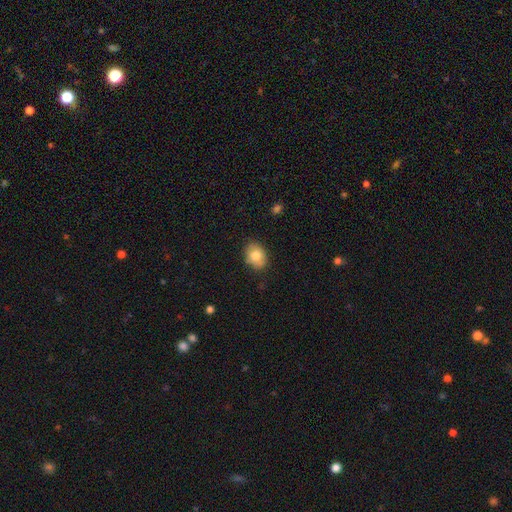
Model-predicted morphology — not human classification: smooth 80%, featured or disk 12%, star or artifact 8%. Down the decision tree: how rounded — in between (69%); merging — none (81%).